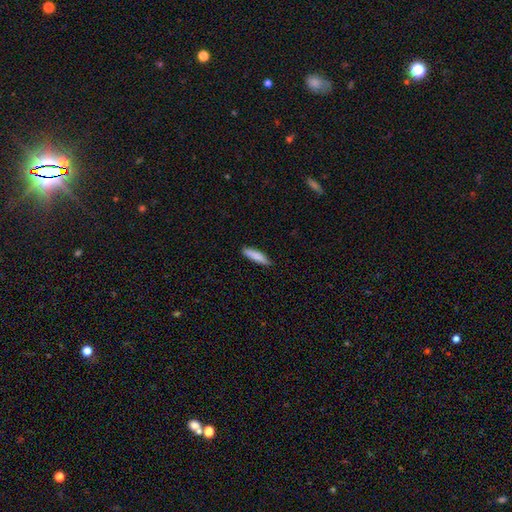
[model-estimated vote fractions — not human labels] Smooth or featured? Predicted: smooth (p=0.87). How rounded? Predicted: cigar-shaped (p=0.77). Merging? Predicted: none (p=0.89).